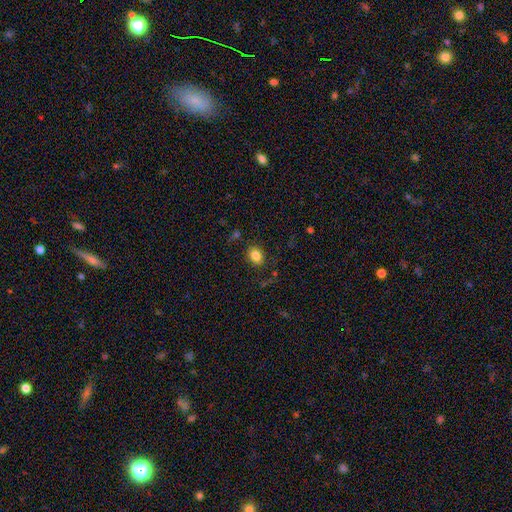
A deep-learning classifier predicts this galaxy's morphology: smooth-or-featured: smooth: 83% | star or artifact: 11% | featured or disk: 6%
  how-rounded: round: 51% | in between: 48% | cigar-shaped: 1%
  merging: none: 83% | minor disturbance: 11% | major disturbance: 4% | merger: 2%